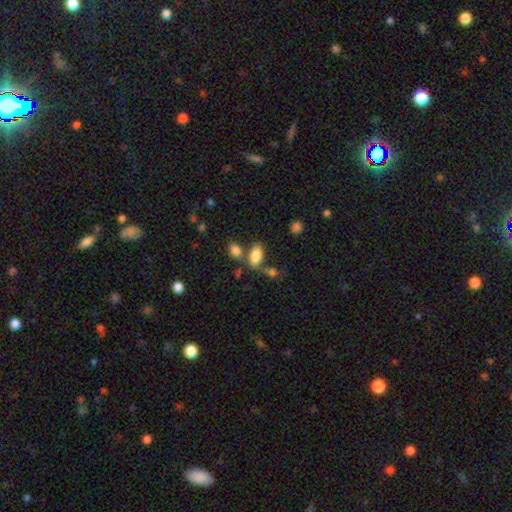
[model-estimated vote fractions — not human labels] Overall: smooth (85%). How rounded: in between (92%). Merging: none (59%; merger 24%).